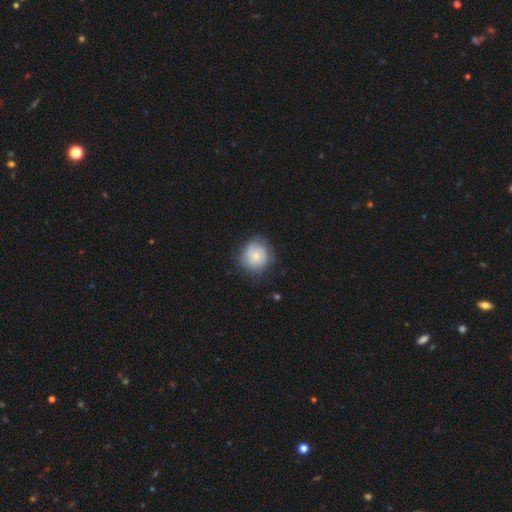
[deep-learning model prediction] This appears to be a smooth galaxy with no disk features (62%) that is round (89%). Merging: none (71%).